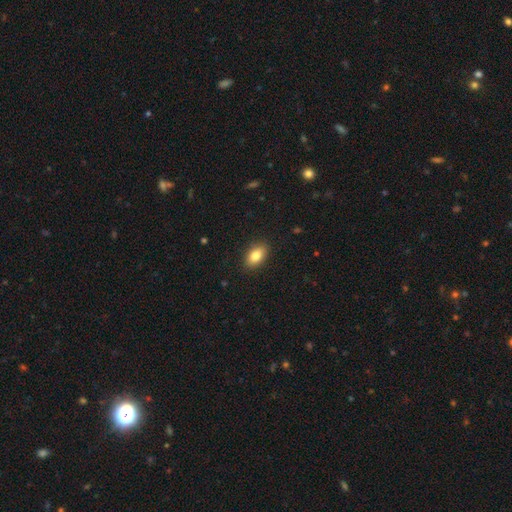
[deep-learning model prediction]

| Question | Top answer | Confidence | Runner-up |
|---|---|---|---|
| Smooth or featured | smooth | 84% | featured or disk (8%) |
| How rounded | in between | 90% | round (7%) |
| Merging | none | 89% | minor disturbance (8%) |